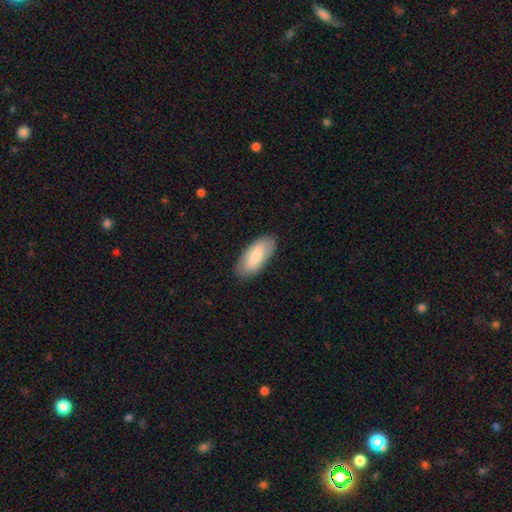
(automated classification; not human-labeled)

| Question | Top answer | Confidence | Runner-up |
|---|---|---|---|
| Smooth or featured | smooth | 76% | featured or disk (18%) |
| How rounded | in between | 89% | cigar-shaped (9%) |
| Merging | none | 84% | minor disturbance (12%) |